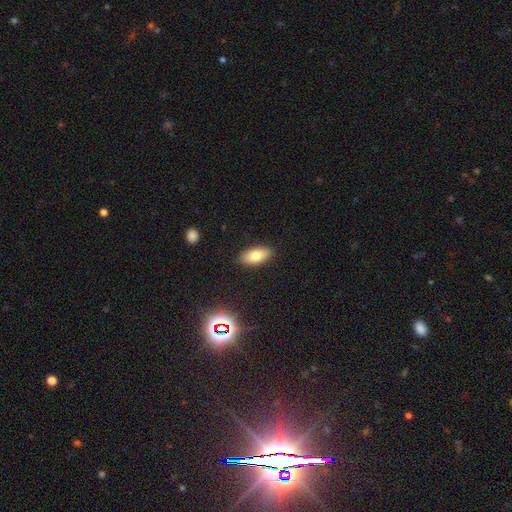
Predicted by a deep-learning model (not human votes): smooth-or-featured: smooth: 76% | featured or disk: 15% | star or artifact: 9%
  how-rounded: in between: 89% | cigar-shaped: 8% | round: 3%
  merging: none: 88% | minor disturbance: 9% | major disturbance: 2% | merger: 1%